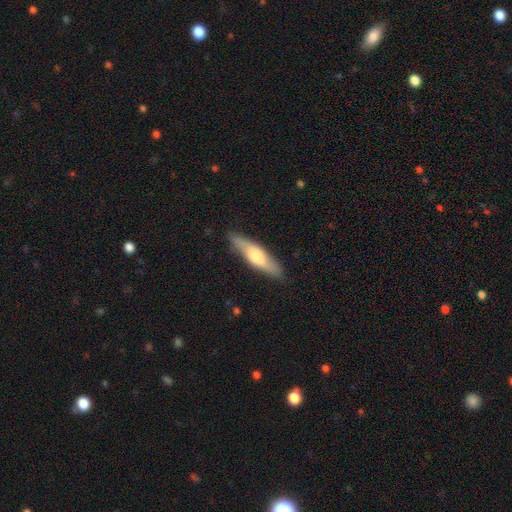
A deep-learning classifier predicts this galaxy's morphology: Smooth or featured?
  - smooth: 51% *
  - featured or disk: 43%
  - star or artifact: 5%
How rounded?
  - cigar-shaped: 72% *
  - in between: 26%
  - round: 2%
Merging?
  - none: 85% *
  - minor disturbance: 12%
  - major disturbance: 2%
  - merger: 1%